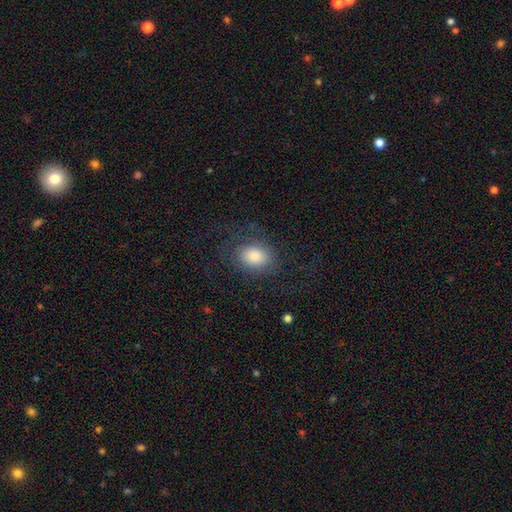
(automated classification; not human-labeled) Smooth or featured?
  - smooth: 67% *
  - featured or disk: 23%
  - star or artifact: 10%
How rounded?
  - in between: 65% *
  - round: 33%
  - cigar-shaped: 1%
Merging?
  - none: 68% *
  - major disturbance: 16%
  - minor disturbance: 14%
  - merger: 1%